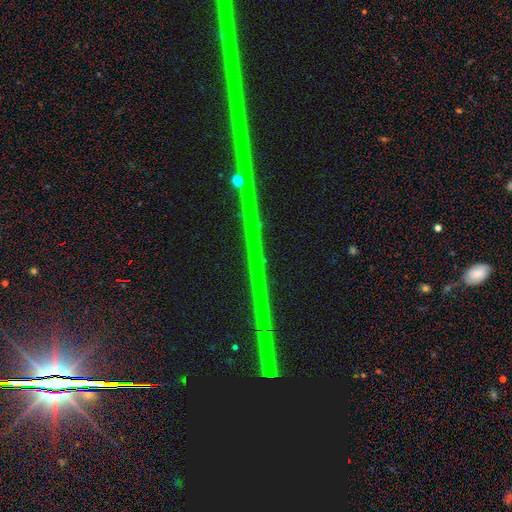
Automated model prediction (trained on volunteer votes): Overall: star or artifact (86%).